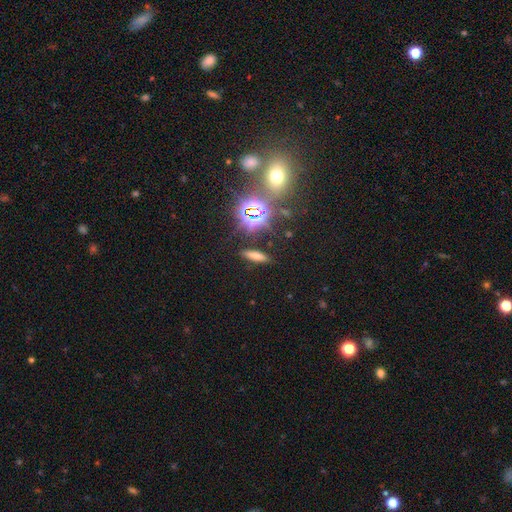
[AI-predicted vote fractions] This is possibly a smooth galaxy (55%). How rounded: likely cigar-shaped (61%). Merging: clearly none (86%).